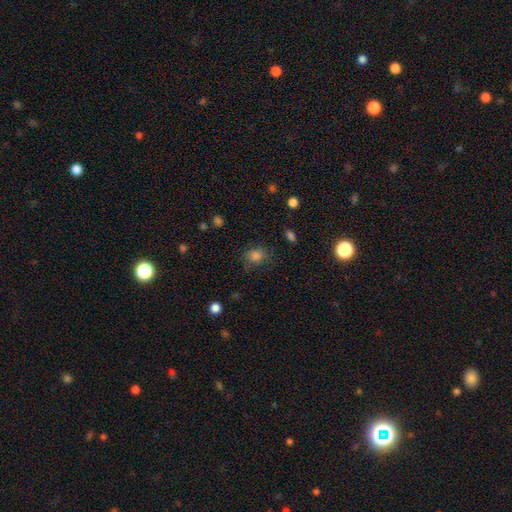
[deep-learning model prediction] Smooth or featured? Predicted: smooth (p=0.78). How rounded? Predicted: round (p=0.63). Merging? Predicted: none (p=0.75).